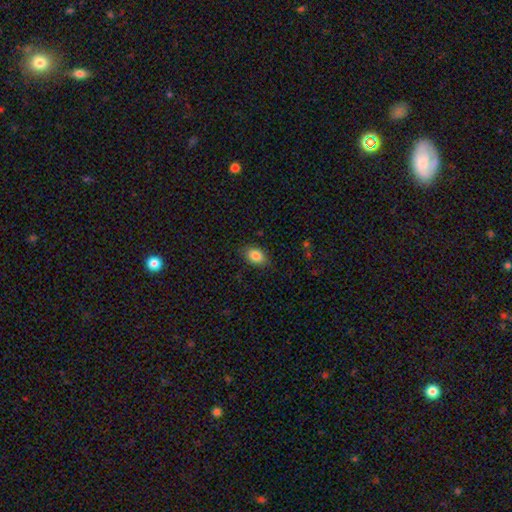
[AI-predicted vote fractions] Overall: smooth (86%). How rounded: in between (78%). Merging: none (84%).